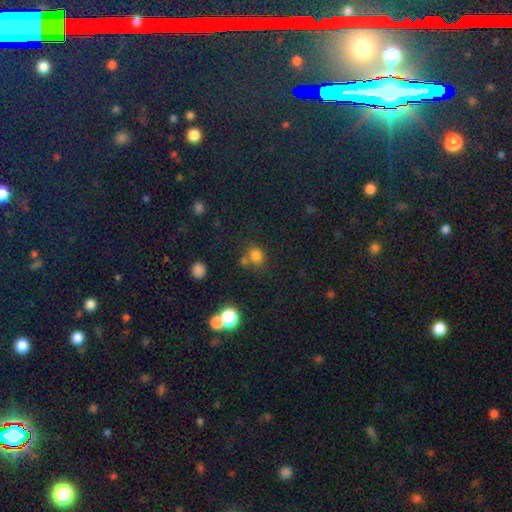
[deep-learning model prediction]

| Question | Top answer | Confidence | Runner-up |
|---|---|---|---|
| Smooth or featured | smooth | 75% | star or artifact (18%) |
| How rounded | round | 71% | in between (27%) |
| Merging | none | 61% | merger (22%) |